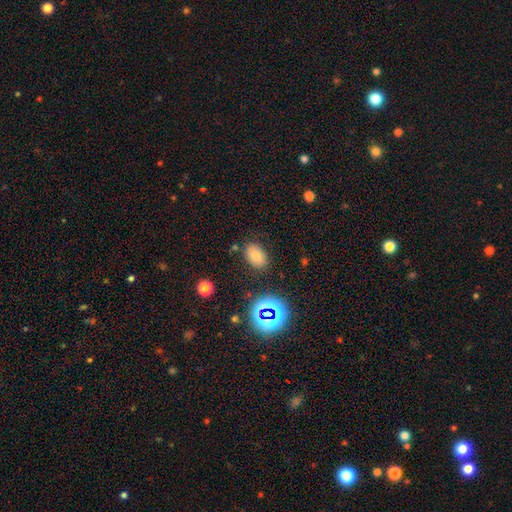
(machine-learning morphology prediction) This is likely a smooth galaxy (69%). How rounded: clearly in between (80%). Merging: clearly none (82%).